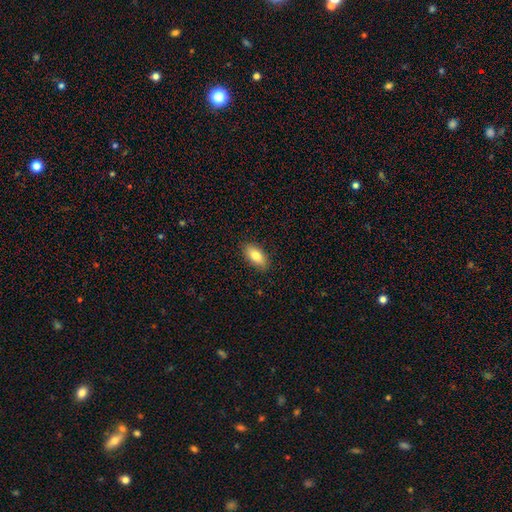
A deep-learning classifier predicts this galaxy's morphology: Smooth or featured? Predicted: smooth (p=0.82). How rounded? Predicted: in between (p=0.90). Merging? Predicted: none (p=0.87).